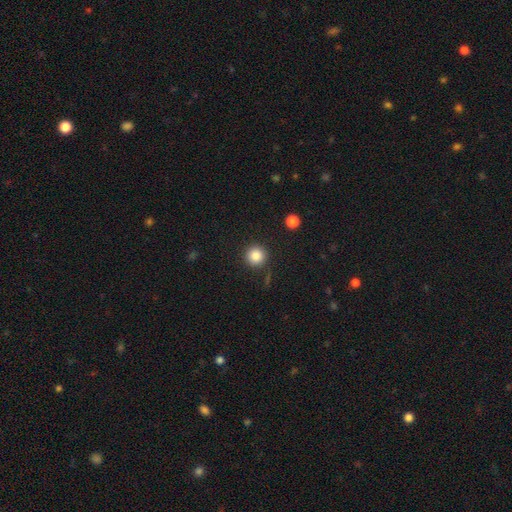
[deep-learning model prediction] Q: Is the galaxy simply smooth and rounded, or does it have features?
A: smooth — 85%.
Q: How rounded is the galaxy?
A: round — 95%.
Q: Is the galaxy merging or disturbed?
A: none — 89%.